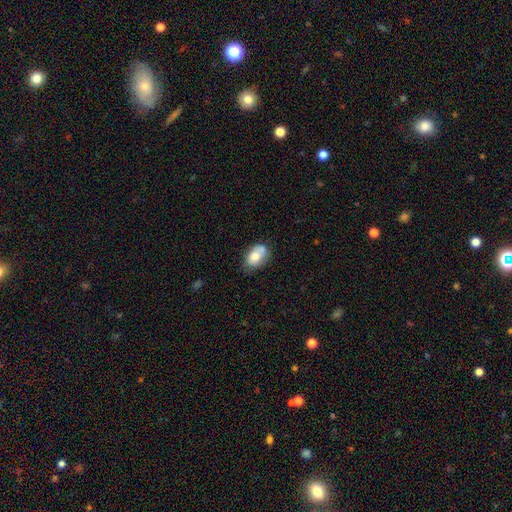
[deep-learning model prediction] Smooth or featured?
  - smooth: 71% *
  - featured or disk: 22%
  - star or artifact: 8%
How rounded?
  - in between: 85% *
  - round: 14%
  - cigar-shaped: 1%
Merging?
  - none: 47% *
  - minor disturbance: 27%
  - merger: 18%
  - major disturbance: 8%